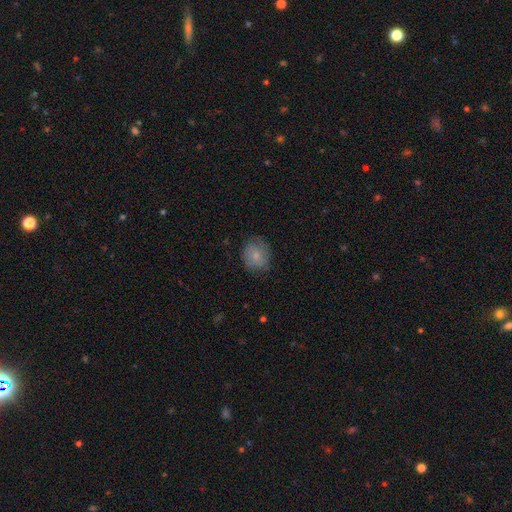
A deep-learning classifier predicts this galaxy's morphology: Smooth or featured: smooth — 80% (featured or disk — 12%)
How rounded: round — 78% (in between — 21%)
Merging: none — 77% (minor disturbance — 18%)